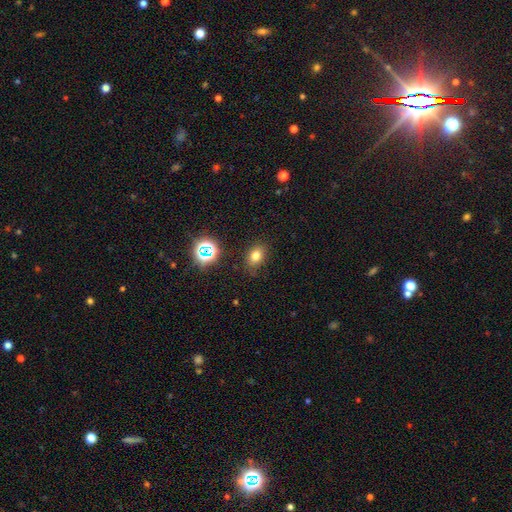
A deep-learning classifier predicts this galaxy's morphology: A smooth galaxy with no disk features (74%) that is in between round and cigar-shaped (65%). Merging: none (80%).